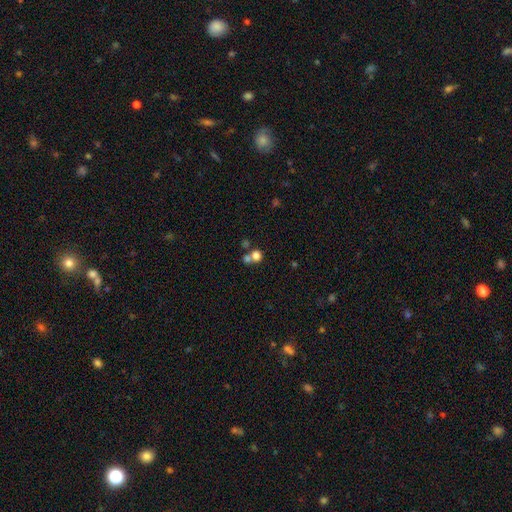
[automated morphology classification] Smooth or featured? Predicted: smooth (p=0.74). How rounded? Predicted: round (p=0.85). Merging? Predicted: none (p=0.45).